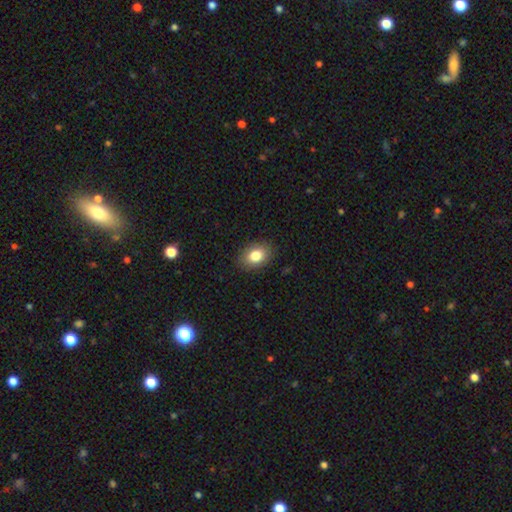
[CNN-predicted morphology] smooth 83%, featured or disk 9%, star or artifact 9%. Down the decision tree: how rounded — in between (76%); merging — none (88%).